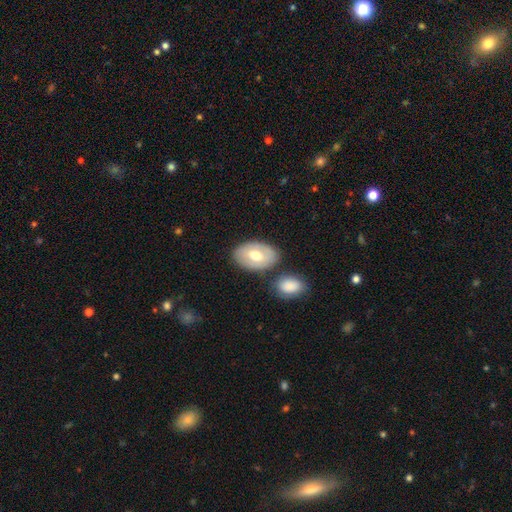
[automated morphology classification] Smooth or featured?
  - smooth: 56% *
  - featured or disk: 39%
  - star or artifact: 6%
How rounded?
  - in between: 88% *
  - round: 11%
  - cigar-shaped: 1%
Merging?
  - none: 71% *
  - minor disturbance: 14%
  - merger: 11%
  - major disturbance: 4%